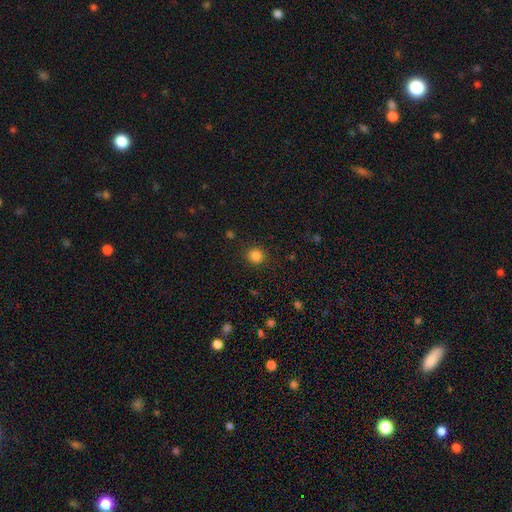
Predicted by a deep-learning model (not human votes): Q: Smooth or featured?
A: smooth (84%); runner-up: star or artifact (12%)
Q: How rounded?
A: round (90%); runner-up: in between (9%)
Q: Merging?
A: none (90%); runner-up: minor disturbance (6%)